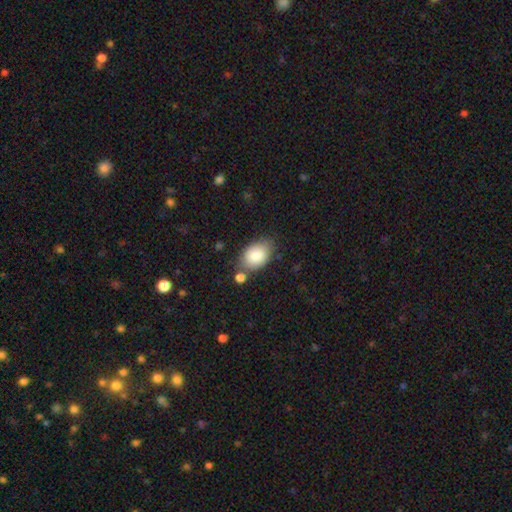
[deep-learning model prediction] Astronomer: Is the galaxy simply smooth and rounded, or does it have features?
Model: smooth — 85%.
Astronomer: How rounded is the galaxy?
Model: in between — 86%.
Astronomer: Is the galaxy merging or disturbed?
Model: none — 68%.